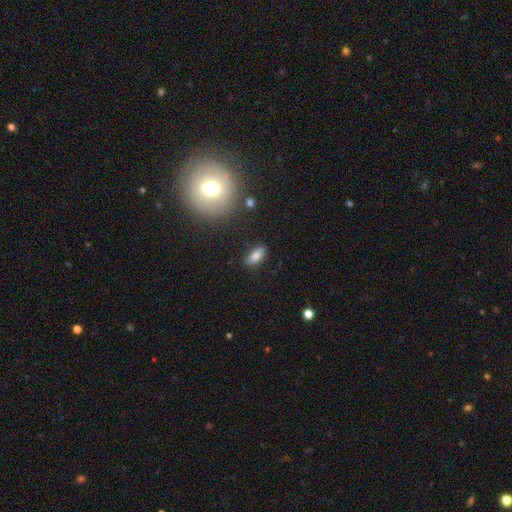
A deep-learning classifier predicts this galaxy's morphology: Overall: smooth (81%). How rounded: in between (81%). Merging: none (86%).